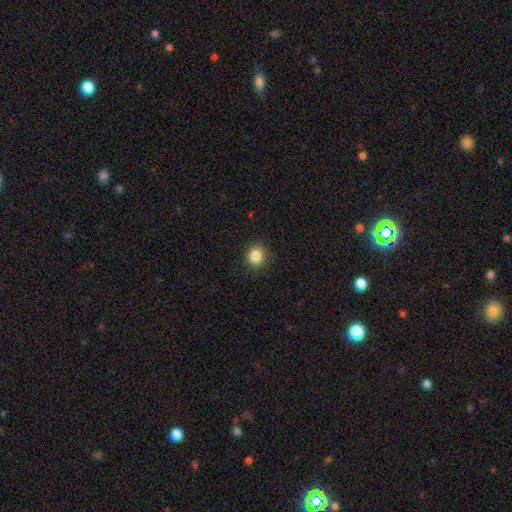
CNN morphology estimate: This appears to be a smooth galaxy with no disk features (86%) that is round (73%). Merging: none (86%).